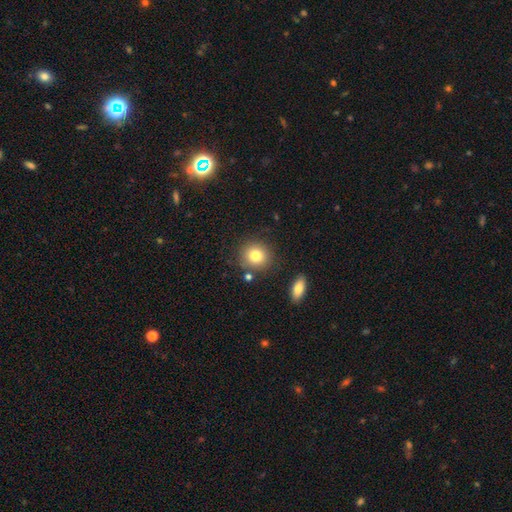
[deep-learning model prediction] smooth 80%, star or artifact 10%, featured or disk 9%. Down the decision tree: how rounded — round (88%); merging — none (82%).